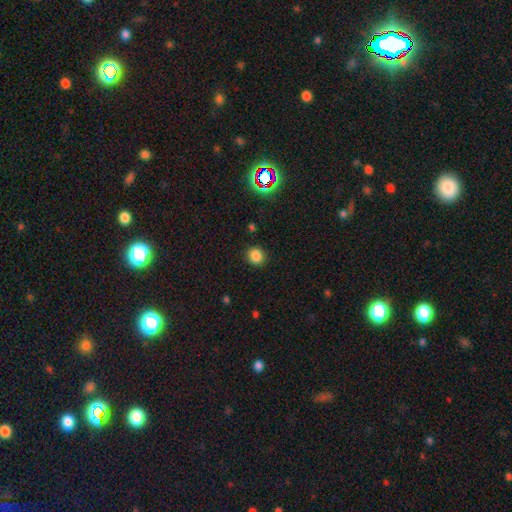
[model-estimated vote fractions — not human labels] smooth 83%, star or artifact 13%, featured or disk 4%. Down the decision tree: how rounded — round (81%); merging — none (89%).